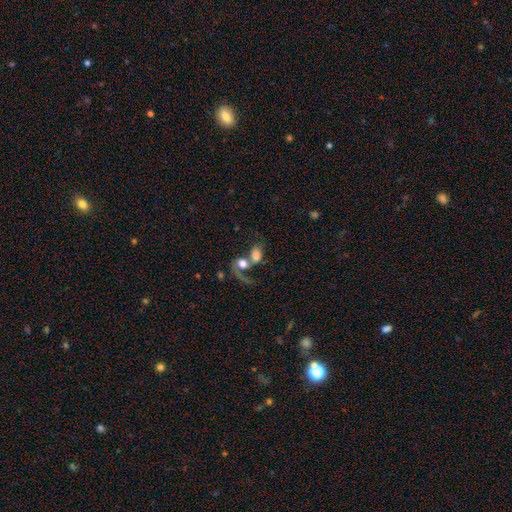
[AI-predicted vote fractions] smooth-or-featured: smooth: 58% | featured or disk: 32% | star or artifact: 10%
  how-rounded: in between: 69% | round: 29% | cigar-shaped: 2%
  merging: merger: 63% | major disturbance: 16% | none: 15% | minor disturbance: 7%